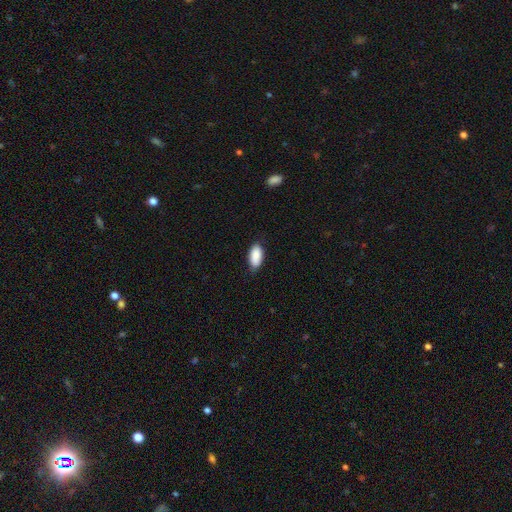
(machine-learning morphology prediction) Q: Smooth or featured?
A: smooth (89%); runner-up: star or artifact (6%)
Q: How rounded?
A: in between (92%); runner-up: cigar-shaped (5%)
Q: Merging?
A: none (78%); runner-up: minor disturbance (18%)